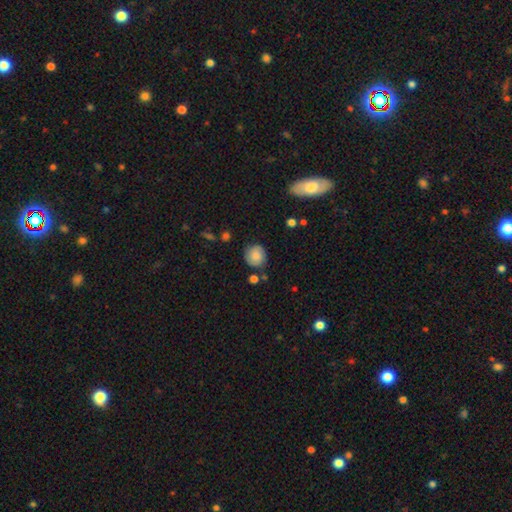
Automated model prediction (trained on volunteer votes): Smooth or featured? smooth (66%)
How rounded? round (85%)
Merging? none (78%)